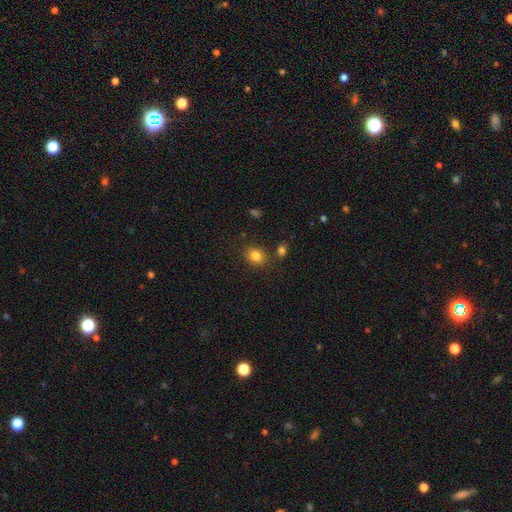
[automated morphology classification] Smooth or featured?
  - smooth: 82% *
  - star or artifact: 11%
  - featured or disk: 6%
How rounded?
  - round: 54% *
  - in between: 45%
  - cigar-shaped: 1%
Merging?
  - none: 80% *
  - minor disturbance: 11%
  - merger: 6%
  - major disturbance: 3%